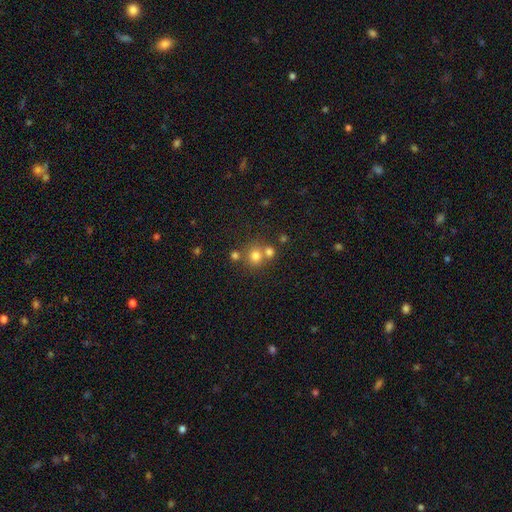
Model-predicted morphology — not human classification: This appears to be a smooth galaxy with no disk features (74%) that is round (87%). Merging: none (57%).